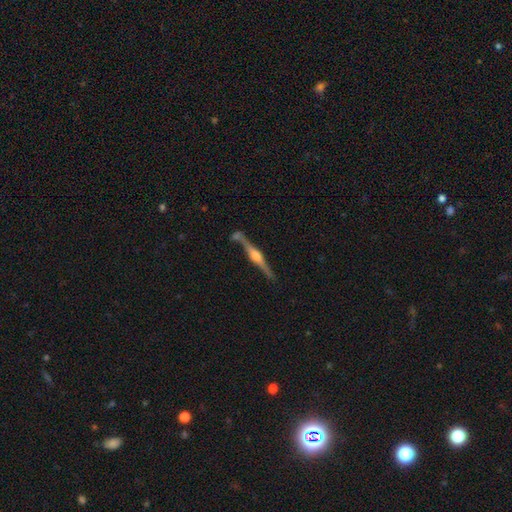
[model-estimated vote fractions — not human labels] Morphology: type=featured or disk (85%); edge-on=yes (98%); edge-on bulge=rounded (92%); merging=none (77%).